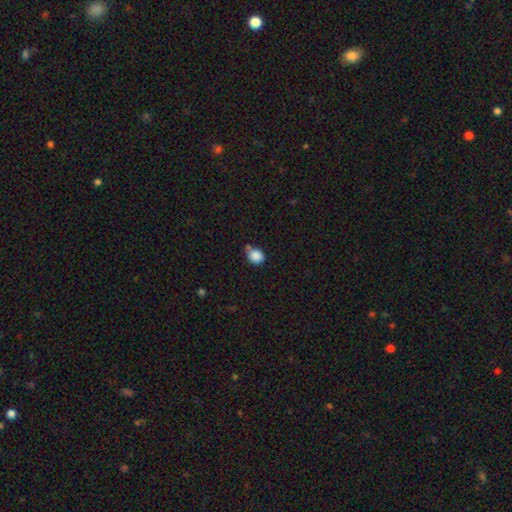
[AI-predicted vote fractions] Smooth or featured?
  - smooth: 87% *
  - star or artifact: 9%
  - featured or disk: 4%
How rounded?
  - round: 64% *
  - in between: 35%
  - cigar-shaped: 1%
Merging?
  - none: 60% *
  - minor disturbance: 23%
  - merger: 11%
  - major disturbance: 5%